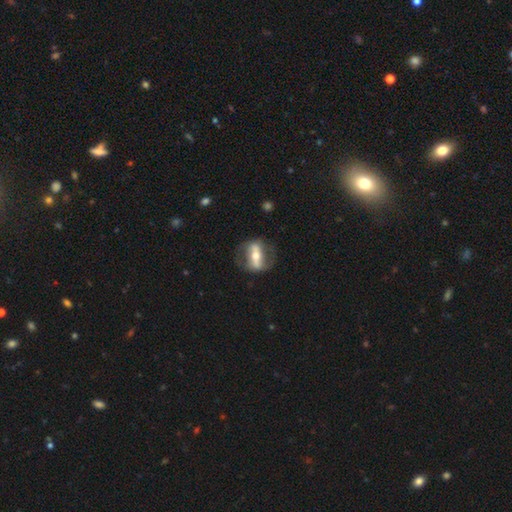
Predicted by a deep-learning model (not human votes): Smooth or featured?
  - featured or disk: 72% *
  - smooth: 22%
  - star or artifact: 6%
Edge-on disk?
  - no: 76% *
  - yes: 24%
Bar?
  - strong: 74% *
  - weak: 15%
  - no: 11%
Spiral arms?
  - yes: 54% *
  - no: 46%
Bulge size?
  - moderate: 64% *
  - small: 25%
  - large: 8%
  - dominant: 2%
  - none: 1%
Merging?
  - none: 72% *
  - minor disturbance: 16%
  - major disturbance: 10%
  - merger: 2%